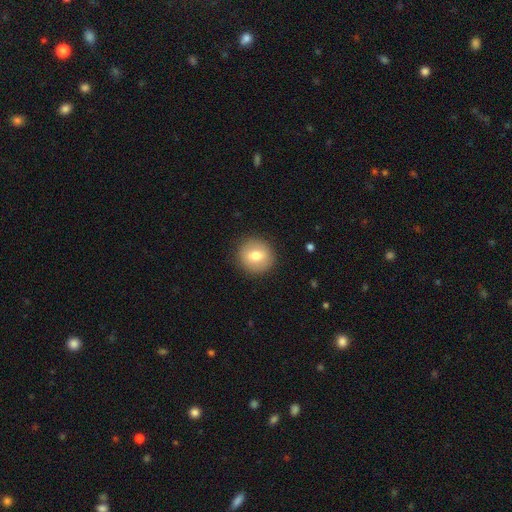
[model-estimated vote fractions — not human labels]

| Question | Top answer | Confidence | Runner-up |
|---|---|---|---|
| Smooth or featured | smooth | 72% | featured or disk (20%) |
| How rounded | round | 90% | in between (9%) |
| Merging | none | 90% | minor disturbance (7%) |